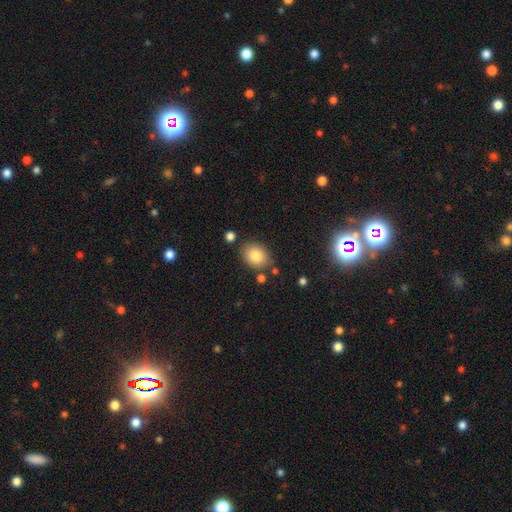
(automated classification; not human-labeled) smooth 82%, star or artifact 9%, featured or disk 9%. Down the decision tree: how rounded — in between (63%); merging — none (79%).